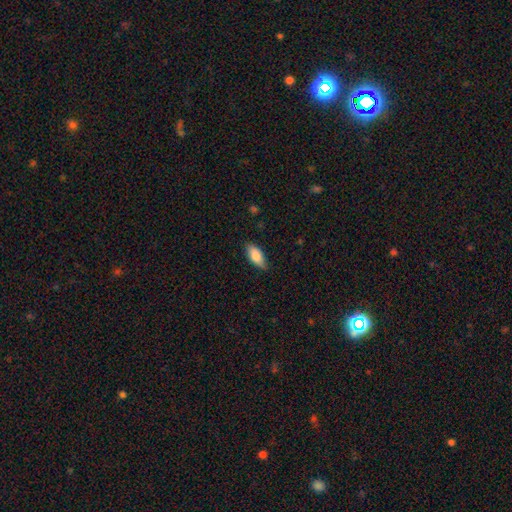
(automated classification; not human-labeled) Smooth or featured?
  - smooth: 84% *
  - featured or disk: 10%
  - star or artifact: 6%
How rounded?
  - in between: 84% *
  - cigar-shaped: 13%
  - round: 2%
Merging?
  - none: 80% *
  - minor disturbance: 16%
  - major disturbance: 3%
  - merger: 1%